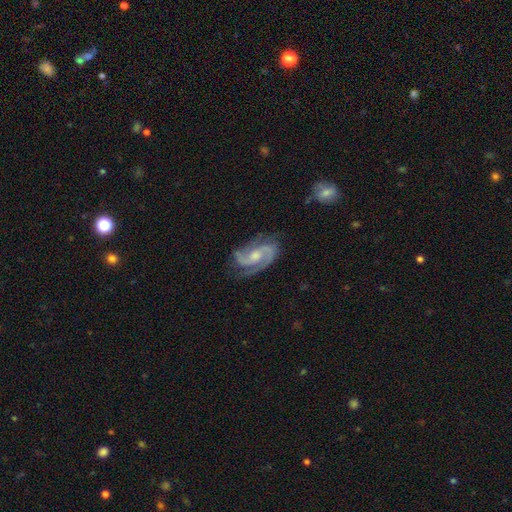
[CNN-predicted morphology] smooth_or_featured: featured or disk (p=0.91) [alt: star or artifact p=0.05]
disk_edge_on: no (p=0.97) [alt: yes p=0.03]
bar: no (p=0.48) [alt: weak p=0.42]
has_spiral_arms: yes (p=0.98) [alt: no p=0.02]
spiral_winding: medium (p=0.57) [alt: tight p=0.29]
spiral_arm_count: 2 (p=0.88) [alt: 3 p=0.05]
bulge_size: moderate (p=0.54) [alt: small p=0.34]
merging: none (p=0.75) [alt: minor disturbance p=0.17]